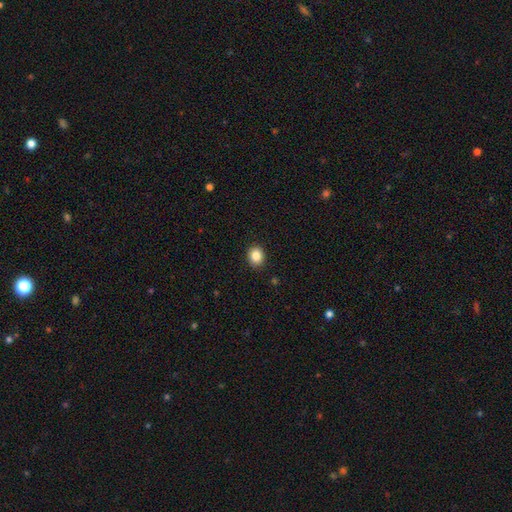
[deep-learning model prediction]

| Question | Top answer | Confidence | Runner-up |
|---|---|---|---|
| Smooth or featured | smooth | 85% | star or artifact (10%) |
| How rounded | round | 66% | in between (34%) |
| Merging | none | 91% | minor disturbance (6%) |